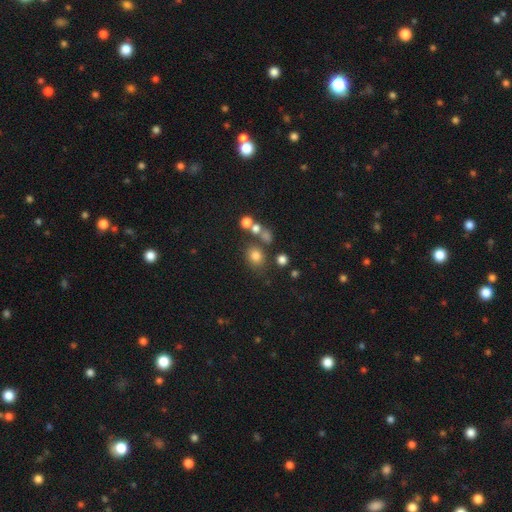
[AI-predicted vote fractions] This is likely a smooth galaxy (75%). How rounded: likely round (65%). Merging: likely none (67%).